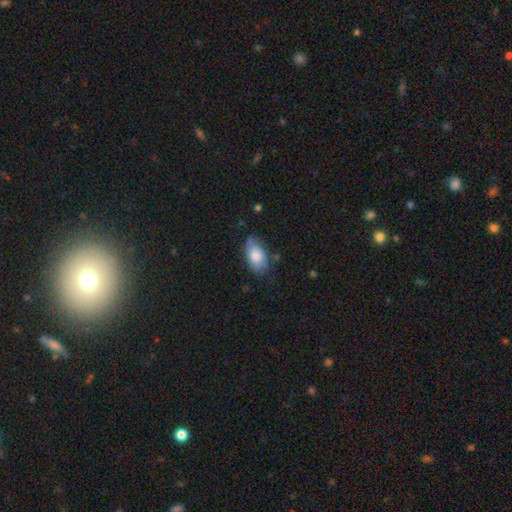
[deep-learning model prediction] Overall: smooth (78%). How rounded: in between (93%). Merging: none (64%; minor disturbance 27%).